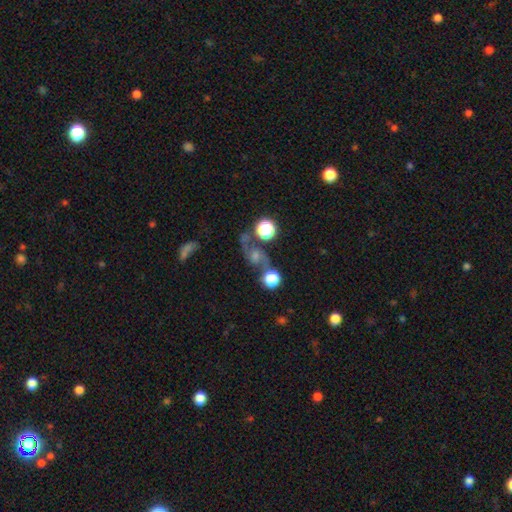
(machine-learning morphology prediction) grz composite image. It shows a featured or disk galaxy (57%) with no bar (67%), spiral arms (86%) and a moderate central bulge (43%). Merging: none (53%).